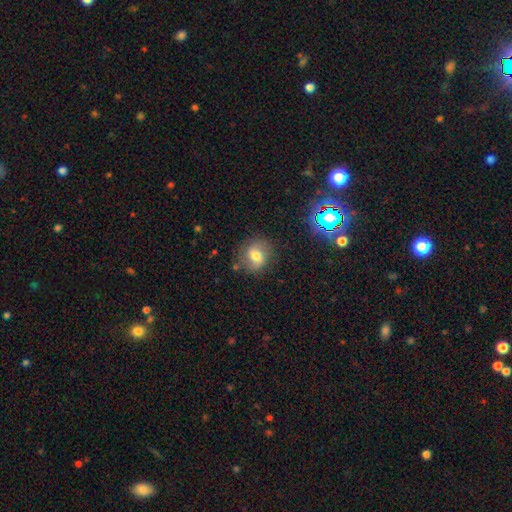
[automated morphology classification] This is likely a smooth galaxy (67%). How rounded: likely round (70%). Merging: likely none (76%).